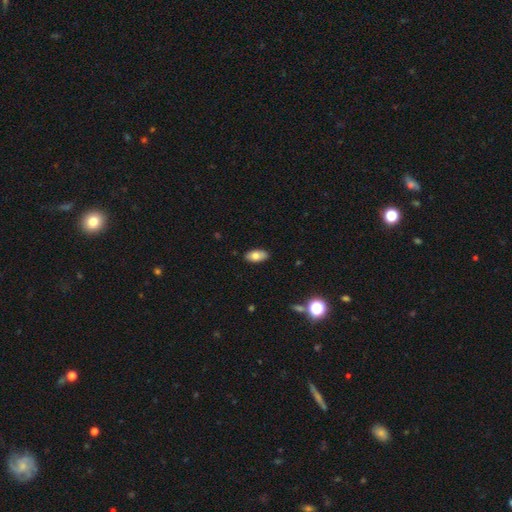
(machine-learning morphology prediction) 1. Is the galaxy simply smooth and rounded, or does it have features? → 76% smooth, 16% featured or disk, 8% star or artifact.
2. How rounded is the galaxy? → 92% in between, 4% cigar-shaped, 3% round.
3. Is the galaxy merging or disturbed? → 87% none, 10% minor disturbance, 2% major disturbance, 1% merger.